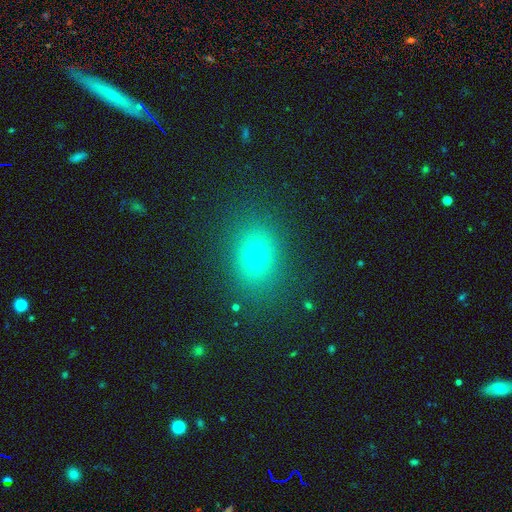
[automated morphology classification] This appears to be a smooth galaxy with no disk features (69%) that is in between round and cigar-shaped (58%). Merging: none (85%).